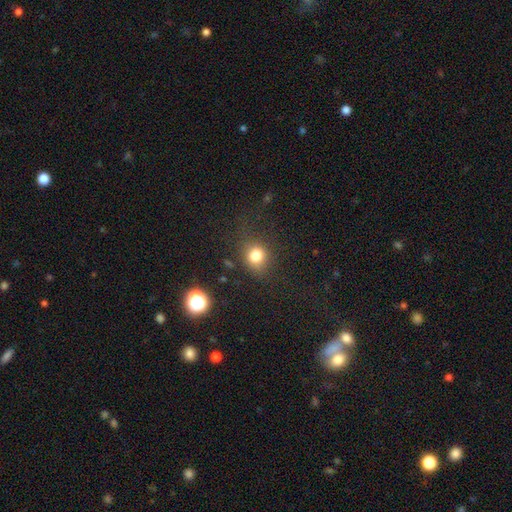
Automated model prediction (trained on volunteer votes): Morphology: type=smooth (78%); roundness=round (74%); merging=none (76%).